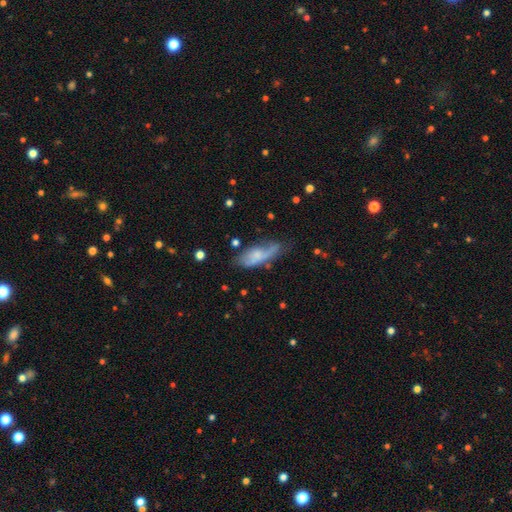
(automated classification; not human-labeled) Smooth or featured?
  - smooth: 55% *
  - featured or disk: 37%
  - star or artifact: 8%
How rounded?
  - in between: 69% *
  - cigar-shaped: 28%
  - round: 3%
Merging?
  - none: 44% *
  - minor disturbance: 33%
  - major disturbance: 18%
  - merger: 5%